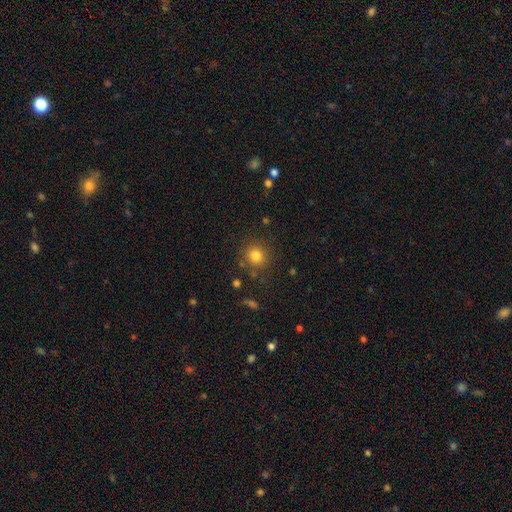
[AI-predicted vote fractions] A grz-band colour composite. It shows a smooth galaxy with no disk features (81%) that is round (89%). Merging: none (84%).